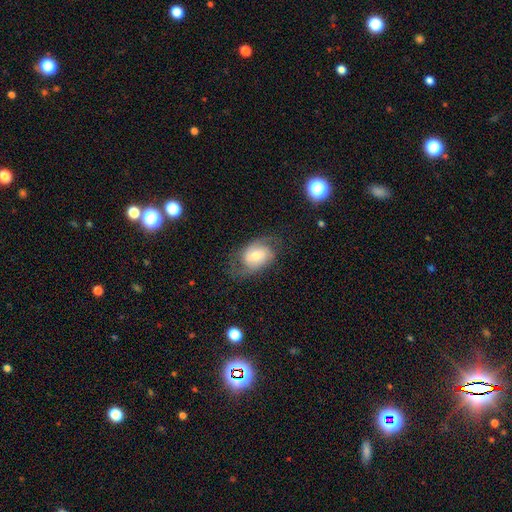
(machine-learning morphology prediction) This is possibly a featured or disk galaxy (59%). It is clearly not viewed edge-on (96%). Bar: likely no (61%). Spiral arm pattern: clearly yes (86%). Central bulge: possibly moderate (56%). Merging: possibly none (60%).